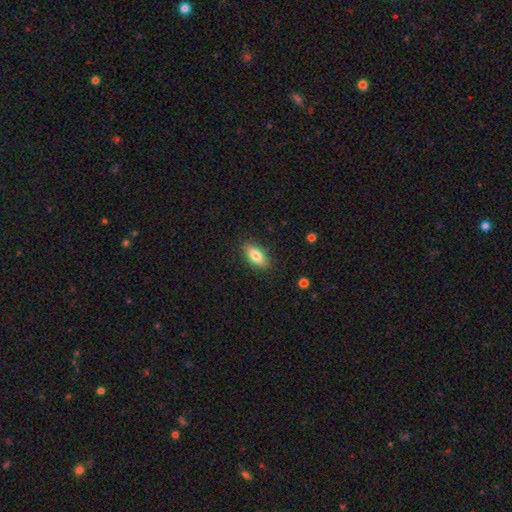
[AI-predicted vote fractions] This appears to be a smooth galaxy with no disk features (75%) that is in between round and cigar-shaped (79%). Merging: none (87%).